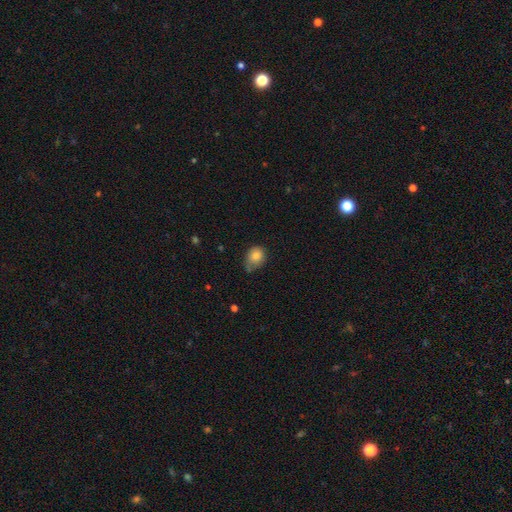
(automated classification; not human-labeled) This appears to be a smooth galaxy with no disk features (82%) that is round (51%). Merging: none (48%).